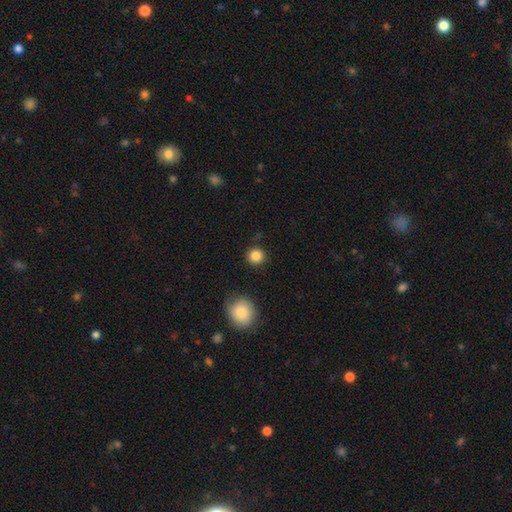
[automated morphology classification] The model was most divided on "smooth or featured": smooth: 87%, star or artifact: 10%, featured or disk: 4%. More confident: how rounded — round (93%); merging — none (89%).